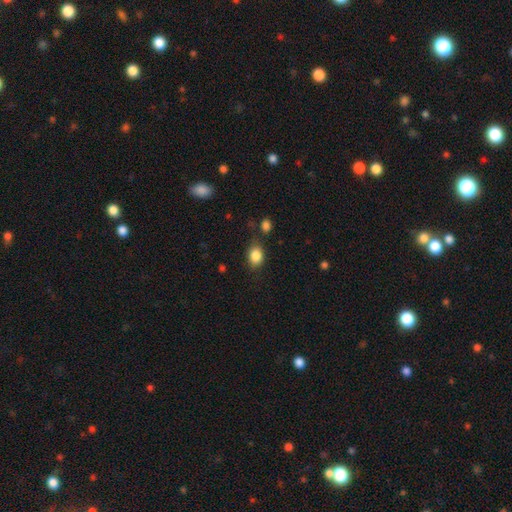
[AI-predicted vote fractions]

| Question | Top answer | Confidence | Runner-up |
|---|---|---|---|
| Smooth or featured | smooth | 85% | star or artifact (9%) |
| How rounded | in between | 65% | round (34%) |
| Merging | none | 72% | minor disturbance (17%) |